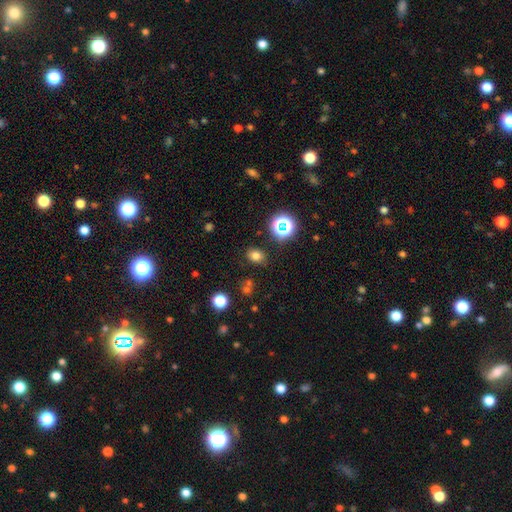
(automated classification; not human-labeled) The model was most divided on "how rounded": in between: 52%, round: 47%, cigar-shaped: 1%. More confident: merging — none (82%); smooth or featured — smooth (74%).